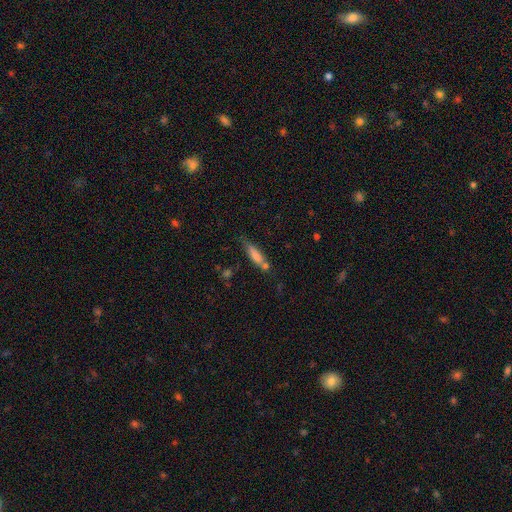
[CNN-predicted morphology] Smooth or featured?
  - smooth: 71% *
  - featured or disk: 21%
  - star or artifact: 8%
How rounded?
  - cigar-shaped: 68% *
  - in between: 30%
  - round: 2%
Merging?
  - none: 54% *
  - minor disturbance: 21%
  - merger: 19%
  - major disturbance: 6%